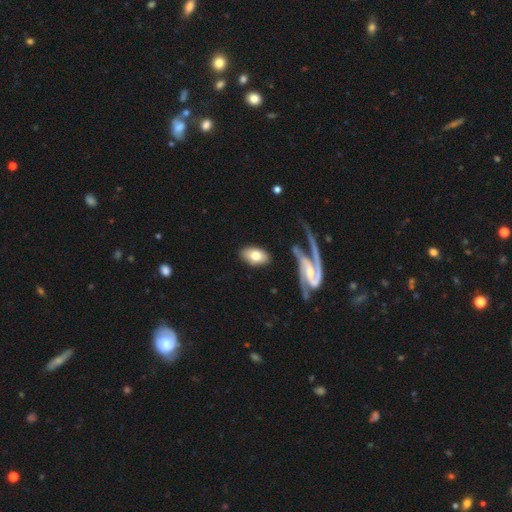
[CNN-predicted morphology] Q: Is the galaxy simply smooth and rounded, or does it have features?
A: smooth — 67%.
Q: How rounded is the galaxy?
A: in between — 92%.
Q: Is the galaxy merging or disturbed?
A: none — 78%.